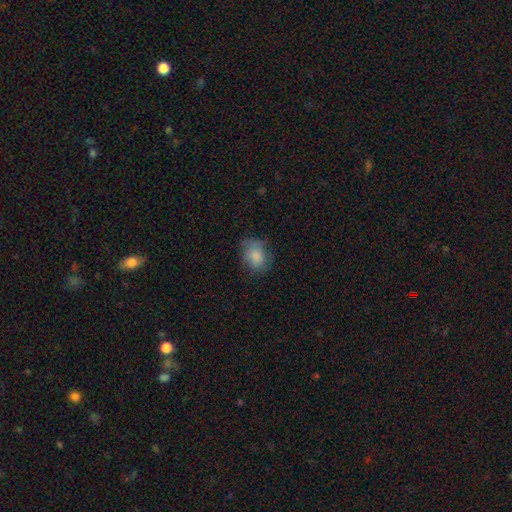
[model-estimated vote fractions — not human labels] smooth-or-featured: smooth: 82% | featured or disk: 9% | star or artifact: 9%
  how-rounded: in between: 53% | round: 46% | cigar-shaped: 1%
  merging: none: 64% | minor disturbance: 25% | major disturbance: 9% | merger: 1%